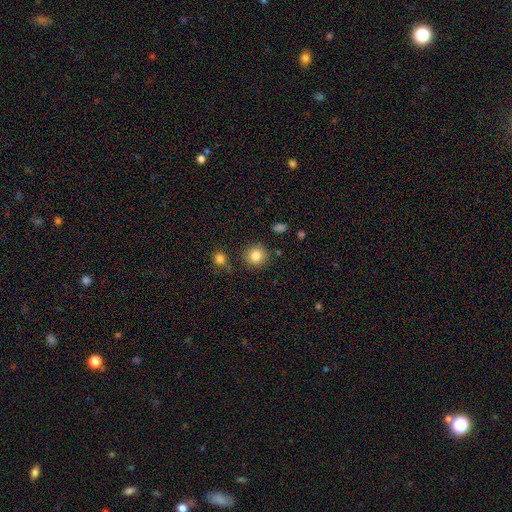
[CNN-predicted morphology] This is clearly a smooth galaxy (83%). How rounded: clearly round (92%). Merging: clearly none (85%).